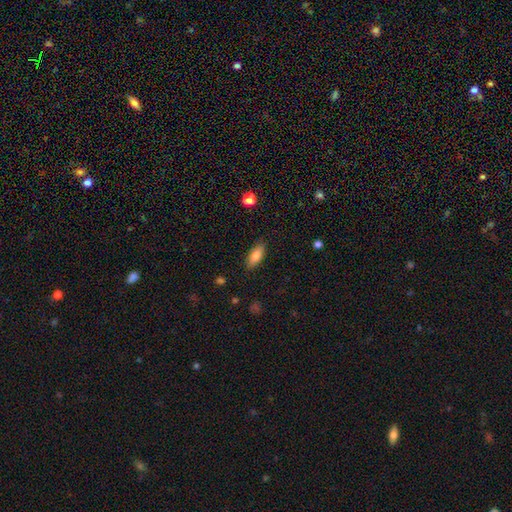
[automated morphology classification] Smooth or featured?
  - smooth: 80% *
  - featured or disk: 12%
  - star or artifact: 7%
How rounded?
  - in between: 74% *
  - cigar-shaped: 24%
  - round: 2%
Merging?
  - none: 86% *
  - minor disturbance: 10%
  - major disturbance: 3%
  - merger: 1%